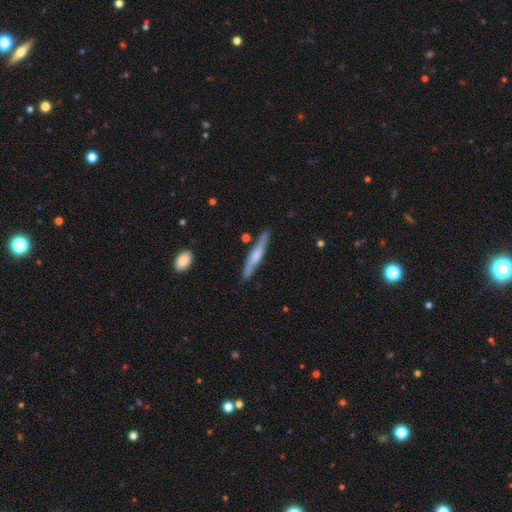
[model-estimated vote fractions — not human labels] smooth_or_featured: featured or disk (p=0.47) [tied with: smooth p=0.47]
merging: none (p=0.86) [alt: minor disturbance p=0.10]